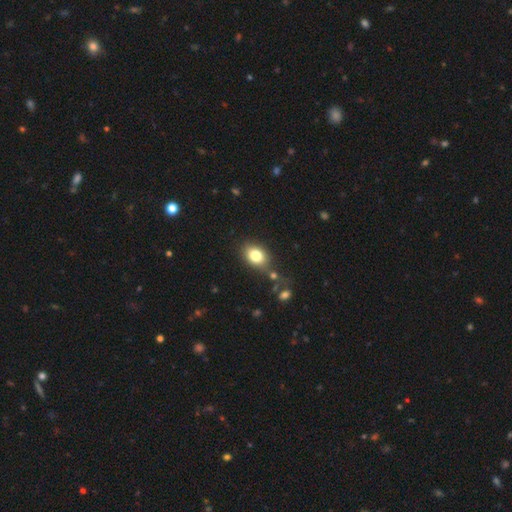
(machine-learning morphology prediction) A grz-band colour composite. It shows a smooth galaxy with no disk features (80%) that is in between round and cigar-shaped (72%). Merging: none (71%).